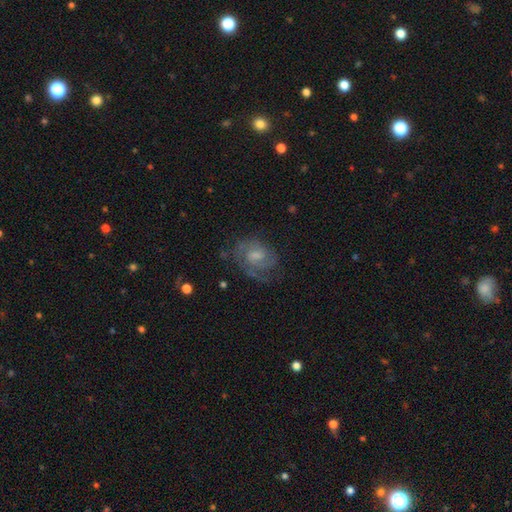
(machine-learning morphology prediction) Q: Smooth or featured?
A: featured or disk (75%); runner-up: smooth (17%)
Q: Edge-on disk?
A: no (97%); runner-up: yes (3%)
Q: Bar?
A: weak (50%); runner-up: no (42%)
Q: Spiral arms?
A: yes (92%); runner-up: no (8%)
Q: Spiral winding?
A: tight (46%); runner-up: medium (43%)
Q: Spiral arm count?
A: 2 (52%); runner-up: can't tell (22%)
Q: Bulge size?
A: moderate (41%); runner-up: small (38%)
Q: Merging?
A: none (65%); runner-up: minor disturbance (21%)